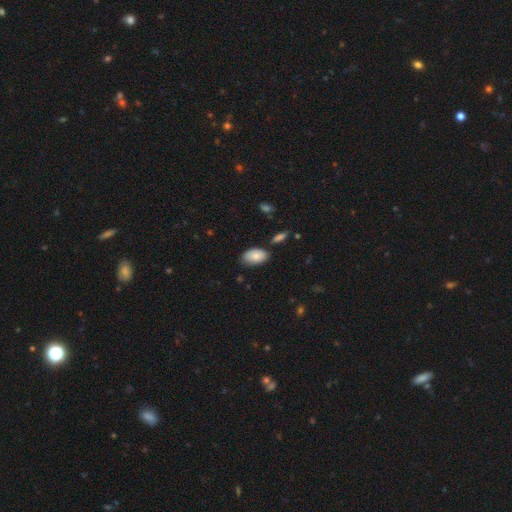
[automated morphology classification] A smooth galaxy with no disk features (82%) that is in between round and cigar-shaped (94%). Merging: none (73%).